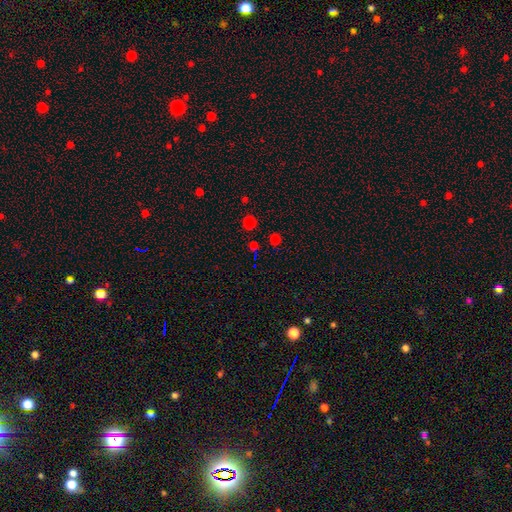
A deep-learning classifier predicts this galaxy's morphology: Smooth or featured? smooth (53%)
How rounded? round (88%)
Merging? none (84%)